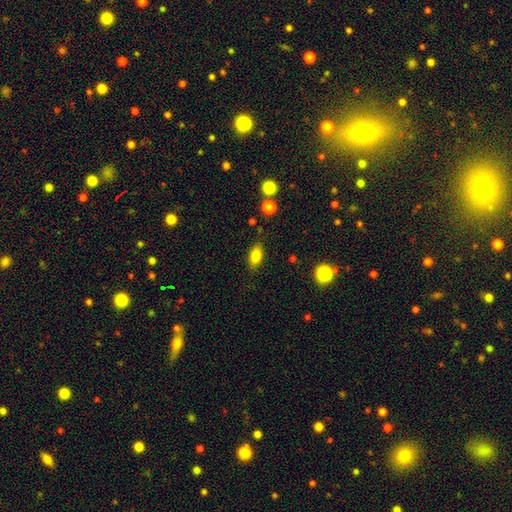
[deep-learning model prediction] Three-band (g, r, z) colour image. It shows a smooth galaxy with no disk features (83%) that is in between round and cigar-shaped (86%). Merging: none (83%).